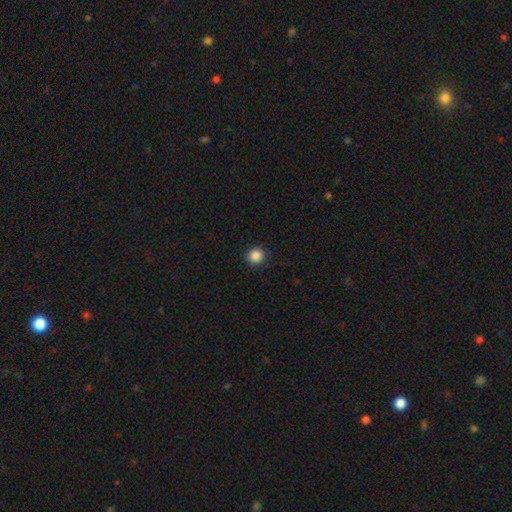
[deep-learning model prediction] Morphology: type=smooth (87%); roundness=round (92%); merging=none (92%).